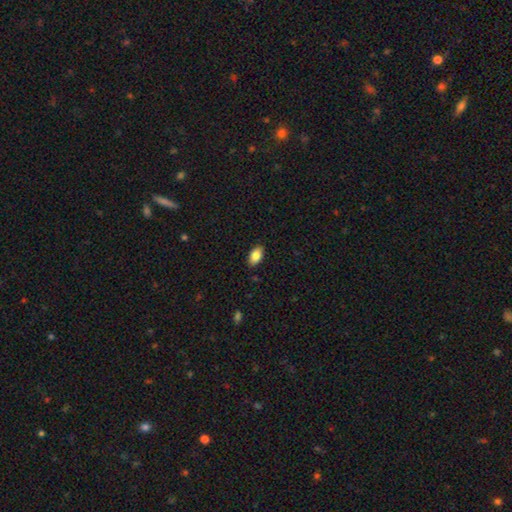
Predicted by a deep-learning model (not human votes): Smooth or featured?
  - smooth: 86% *
  - star or artifact: 7%
  - featured or disk: 7%
How rounded?
  - in between: 92% *
  - round: 6%
  - cigar-shaped: 2%
Merging?
  - none: 88% *
  - minor disturbance: 9%
  - major disturbance: 2%
  - merger: 1%